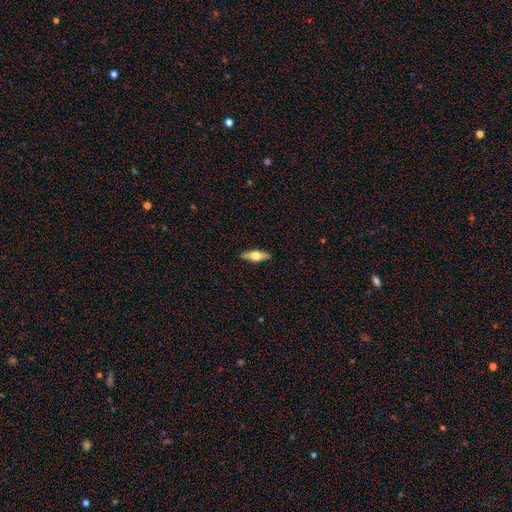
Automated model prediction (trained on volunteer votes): Q: Smooth or featured?
A: featured or disk (48%); runner-up: smooth (46%)
Q: Merging?
A: none (90%); runner-up: minor disturbance (8%)